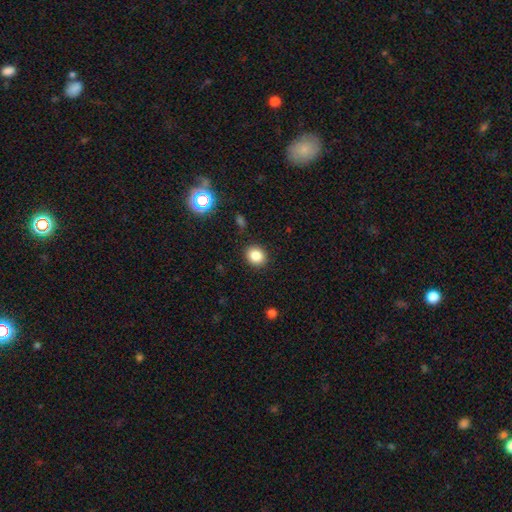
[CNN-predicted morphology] smooth 85%, star or artifact 11%, featured or disk 5%. Down the decision tree: how rounded — round (69%); merging — none (89%).